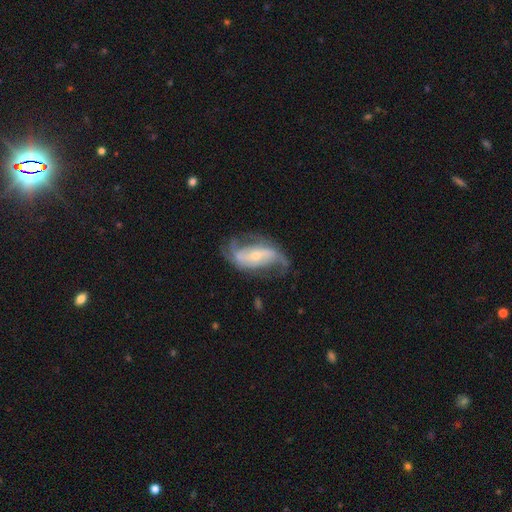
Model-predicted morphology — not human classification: Smooth or featured: featured or disk — 83% (smooth — 11%)
Edge-on disk: no — 94% (yes — 6%)
Bar: no — 35% (weak — 32%)
Spiral arms: yes — 92% (no — 8%)
Spiral winding: loose — 53% (medium — 34%)
Spiral arm count: 2 — 77% (can't tell — 9%)
Bulge size: small — 65% (moderate — 30%)
Merging: none — 58% (minor disturbance — 21%)